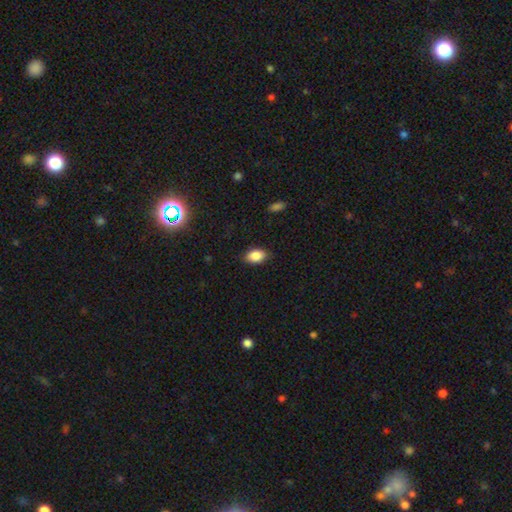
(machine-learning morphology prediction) Q: Smooth or featured?
A: smooth (87%); runner-up: star or artifact (8%)
Q: How rounded?
A: in between (90%); runner-up: round (8%)
Q: Merging?
A: none (86%); runner-up: minor disturbance (10%)